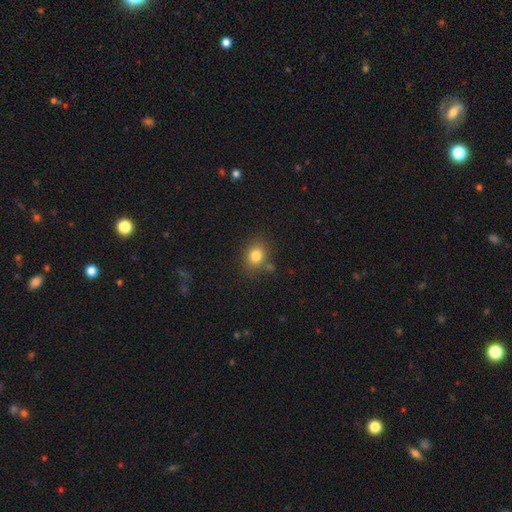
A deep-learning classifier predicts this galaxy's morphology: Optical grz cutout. It shows a smooth galaxy with no disk features (81%) that is round (53%). Merging: none (77%).